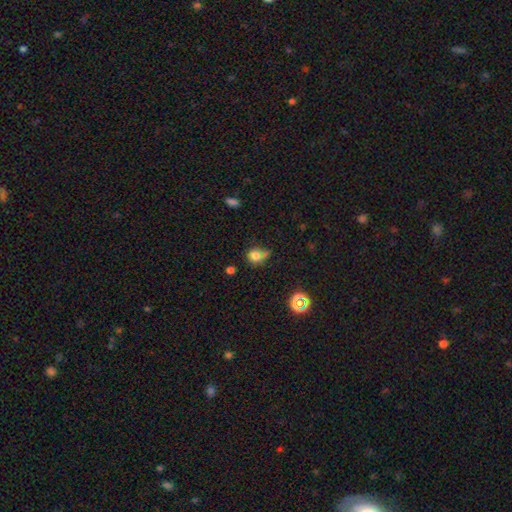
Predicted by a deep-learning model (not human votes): This appears to be a smooth galaxy with no disk features (78%) that is round (72%). Merging: none (47%).